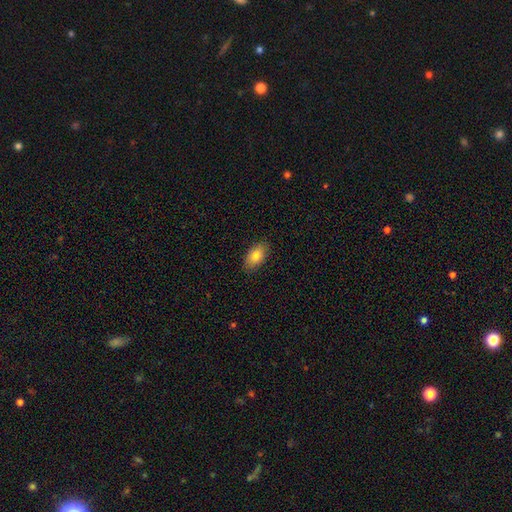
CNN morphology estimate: This appears to be a smooth galaxy with no disk features (83%) that is in between round and cigar-shaped (92%). Merging: none (87%).